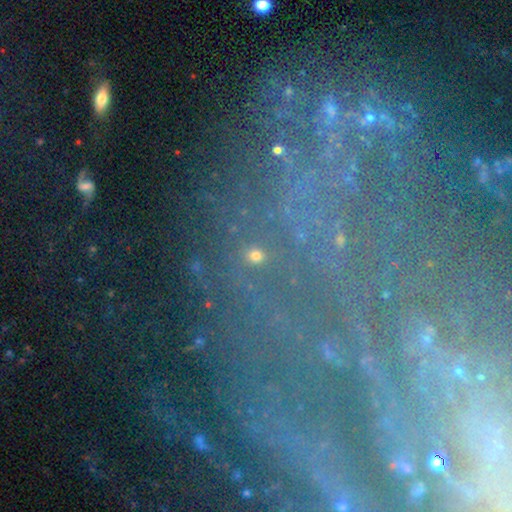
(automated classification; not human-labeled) Smooth or featured: star or artifact — 46% (smooth — 40%)